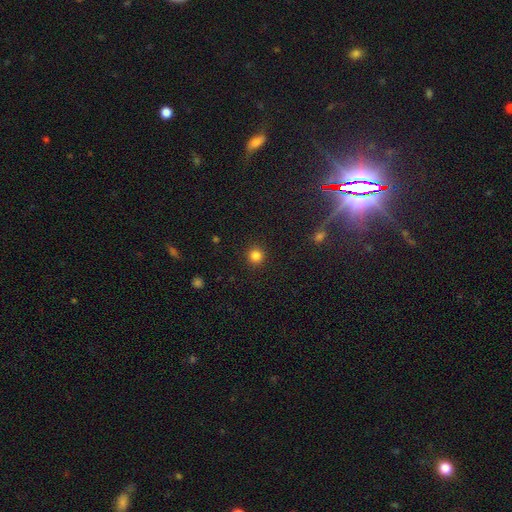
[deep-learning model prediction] smooth 83%, star or artifact 13%, featured or disk 4%. Down the decision tree: how rounded — round (94%); merging — none (92%).